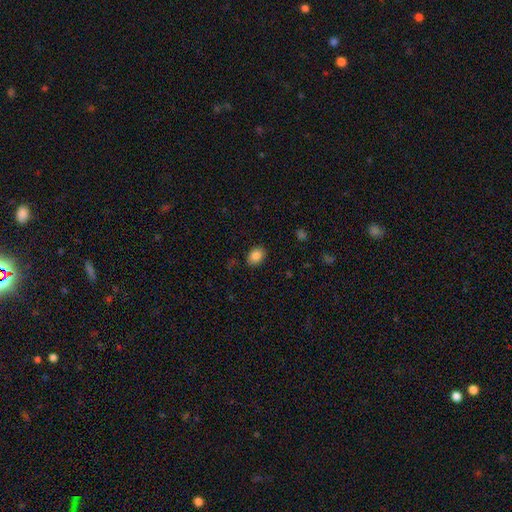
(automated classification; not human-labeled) A smooth galaxy with no disk features (86%) that is in between round and cigar-shaped (69%). Merging: none (86%).